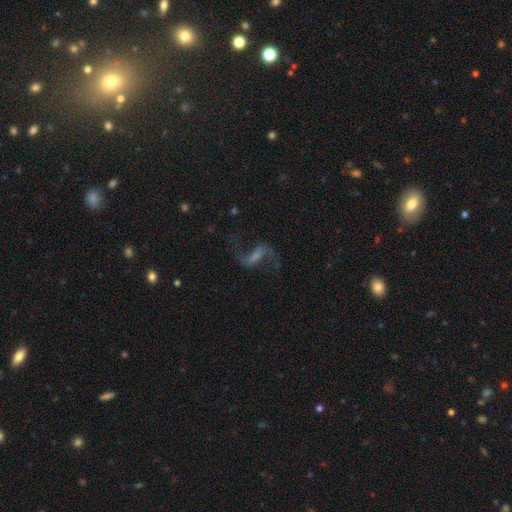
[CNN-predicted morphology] type=featured or disk (84%); edge-on=no (96%); bar=weak (44%); spiral arms=yes (96%); winding=loose (82%); arm count=2 (93%); bulge=none (41%); merging=none (77%).